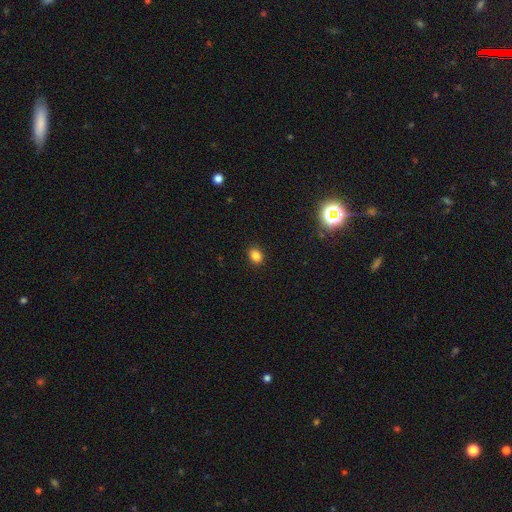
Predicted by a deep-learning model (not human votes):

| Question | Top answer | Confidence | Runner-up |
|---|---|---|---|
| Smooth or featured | smooth | 84% | star or artifact (12%) |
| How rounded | in between | 58% | round (41%) |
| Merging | none | 90% | minor disturbance (7%) |